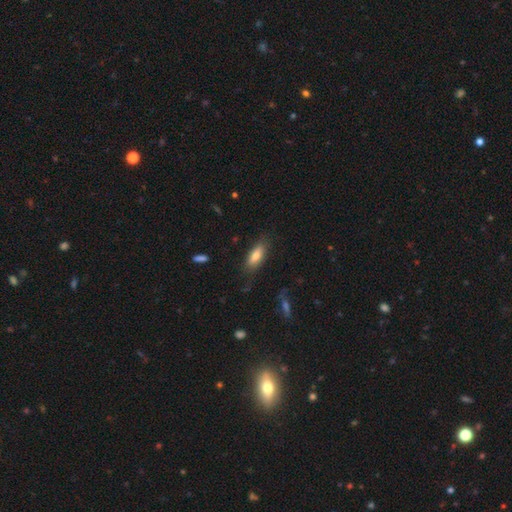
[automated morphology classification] smooth 73%, featured or disk 19%, star or artifact 7%. Down the decision tree: how rounded — in between (67%); merging — none (73%).